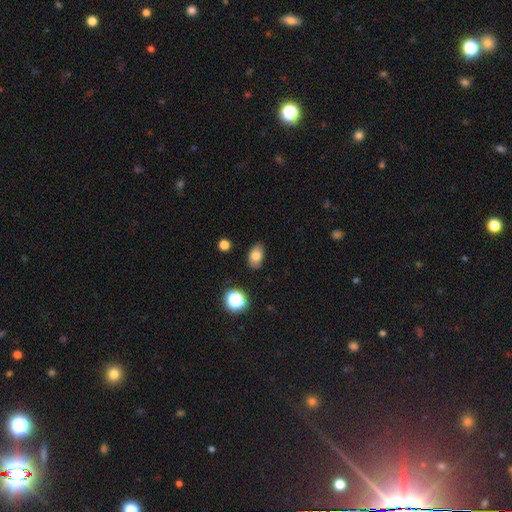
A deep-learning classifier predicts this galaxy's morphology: smooth_or_featured: smooth (p=0.79) [alt: star or artifact p=0.11]
how_rounded: in between (p=0.86) [alt: round p=0.12]
merging: none (p=0.83) [alt: minor disturbance p=0.13]